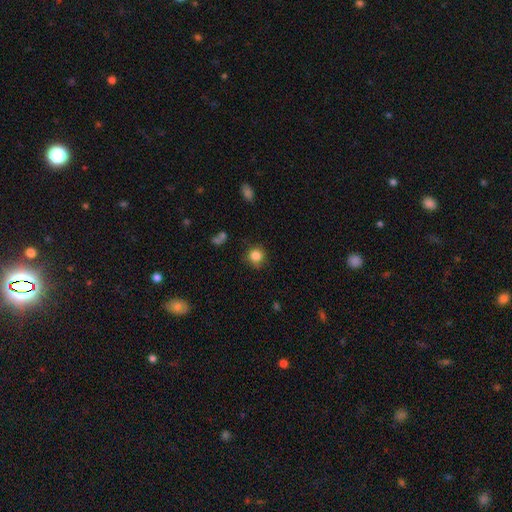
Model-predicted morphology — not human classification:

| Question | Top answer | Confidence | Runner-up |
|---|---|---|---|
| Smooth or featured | smooth | 85% | star or artifact (10%) |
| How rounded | round | 89% | in between (10%) |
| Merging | none | 75% | minor disturbance (18%) |